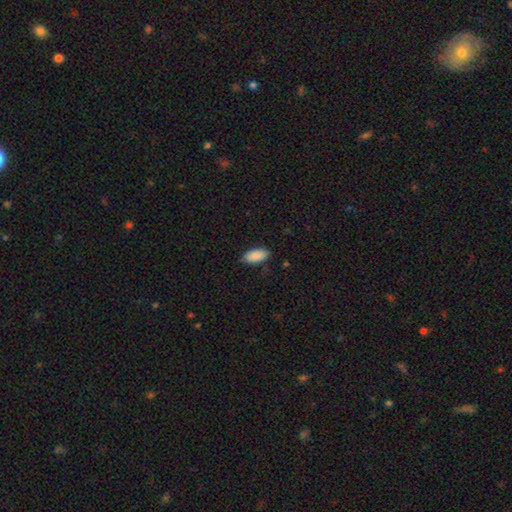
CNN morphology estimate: This is clearly a smooth galaxy (90%). How rounded: clearly in between (90%). Merging: clearly none (83%).